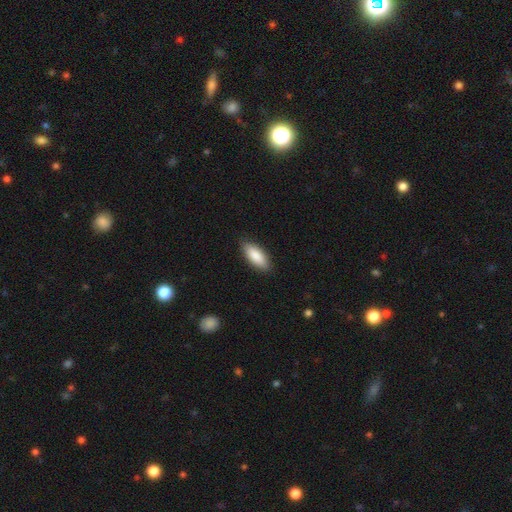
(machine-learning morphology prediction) smooth 87%, featured or disk 8%, star or artifact 5%. Down the decision tree: how rounded — in between (76%); merging — none (87%).